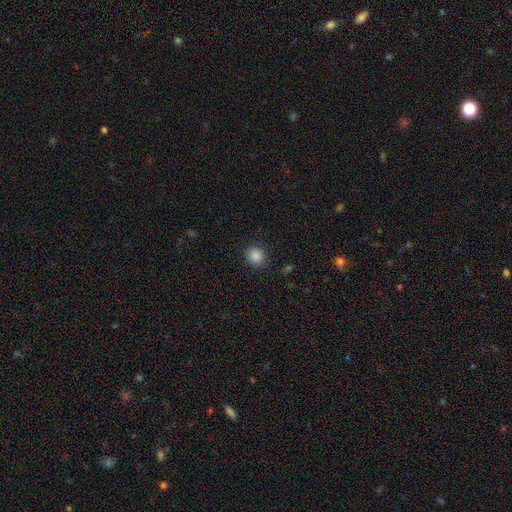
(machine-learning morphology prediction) type=smooth (86%); roundness=round (86%); merging=none (89%).